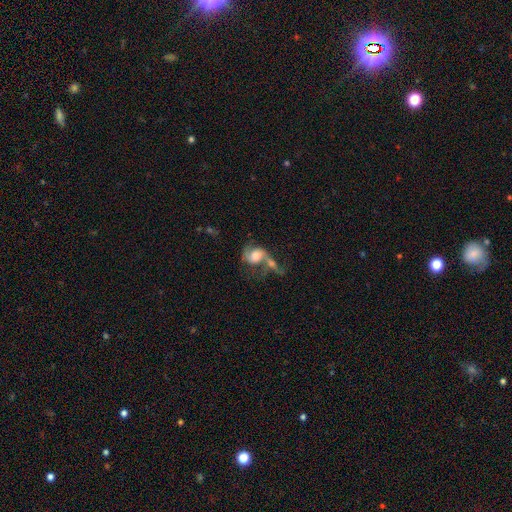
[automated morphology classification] This appears to be a featured or disk galaxy (58%) with no bar (63%), spiral arms (82%) and a moderate central bulge (46%). Merging: merger (58%).